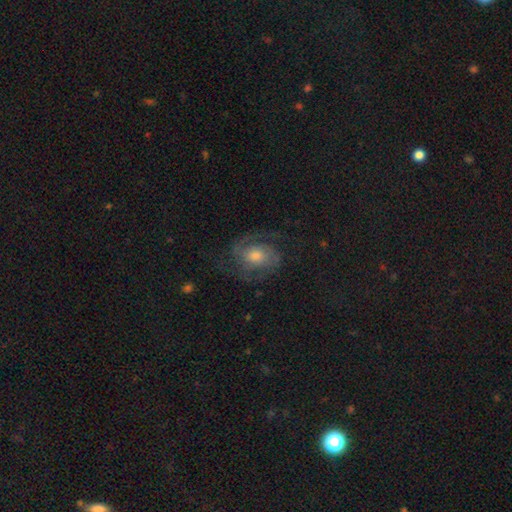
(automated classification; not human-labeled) Smooth or featured? Predicted: featured or disk (p=0.77). Edge-on disk? Predicted: no (p=0.97). Bar? Predicted: no (p=0.68). Spiral arms? Predicted: yes (p=0.94). Spiral winding? Predicted: medium (p=0.48). Spiral arm count? Predicted: 2 (p=0.71). Bulge size? Predicted: moderate (p=0.58). Merging? Predicted: none (p=0.68).